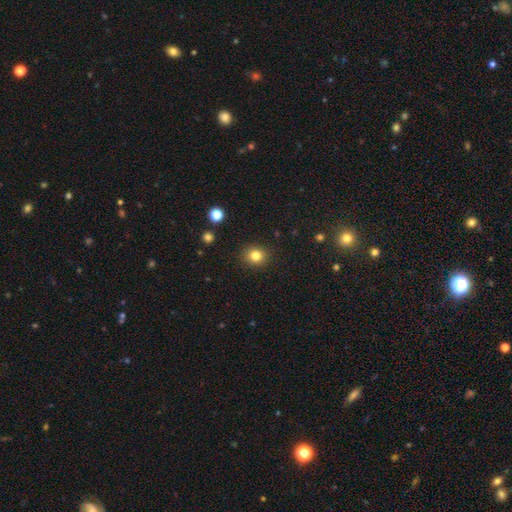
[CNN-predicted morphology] Smooth or featured? Predicted: smooth (p=0.82). How rounded? Predicted: round (p=0.81). Merging? Predicted: none (p=0.89).